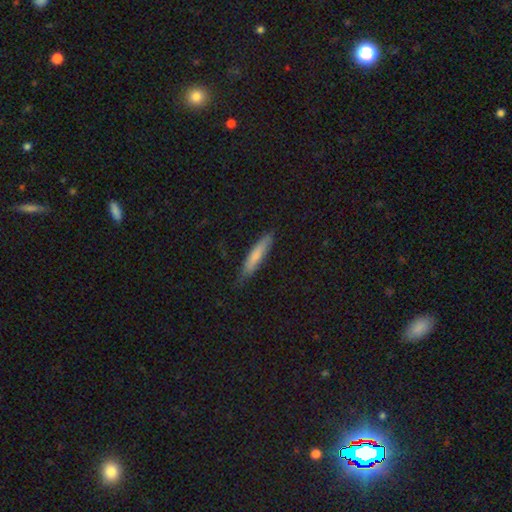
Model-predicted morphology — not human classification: smooth_or_featured: smooth (p=0.77) [alt: featured or disk p=0.17]
how_rounded: cigar-shaped (p=0.86) [alt: in between p=0.13]
merging: none (p=0.78) [alt: minor disturbance p=0.18]